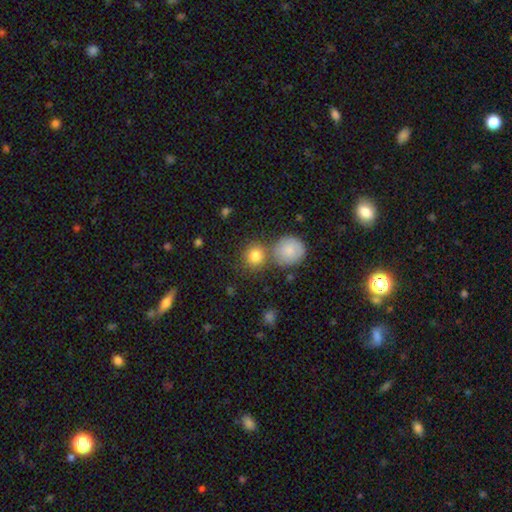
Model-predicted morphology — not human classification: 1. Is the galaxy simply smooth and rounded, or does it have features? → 83% smooth, 10% star or artifact, 7% featured or disk.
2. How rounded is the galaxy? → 89% round, 10% in between, 1% cigar-shaped.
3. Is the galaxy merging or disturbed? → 65% none, 24% merger, 8% minor disturbance, 3% major disturbance.